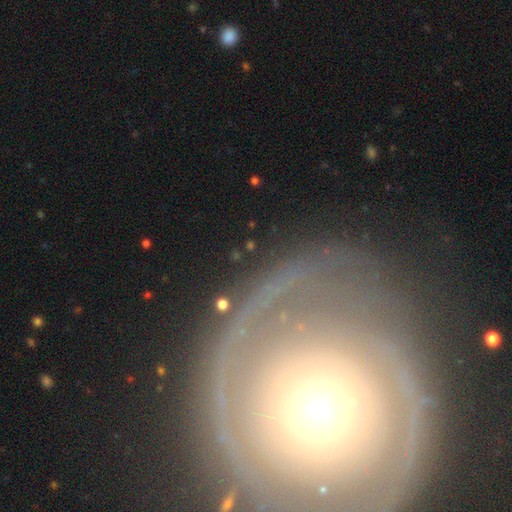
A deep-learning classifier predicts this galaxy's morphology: type=featured or disk (67%); edge-on=no (88%); bar=no (70%); spiral arms=yes (66%); bulge=moderate (56%); merging=none (75%).